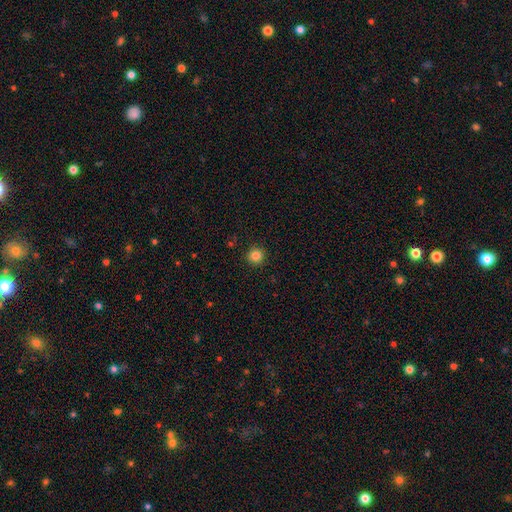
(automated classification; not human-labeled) A smooth galaxy with no disk features (84%) that is round (95%). Merging: none (92%).